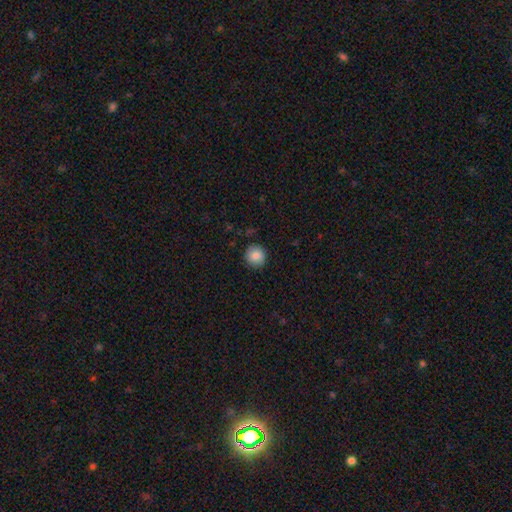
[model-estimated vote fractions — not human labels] Smooth or featured: smooth — 86% (star or artifact — 9%)
How rounded: round — 93% (in between — 6%)
Merging: none — 89% (minor disturbance — 8%)